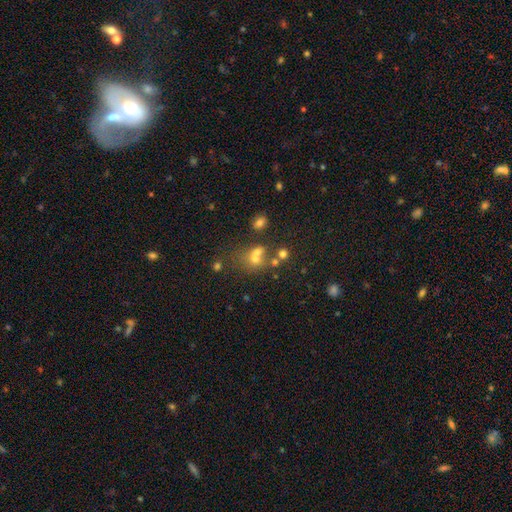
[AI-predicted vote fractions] Q: Smooth or featured?
A: smooth (52%); runner-up: star or artifact (29%)
Q: How rounded?
A: round (71%); runner-up: in between (28%)
Q: Merging?
A: none (43%); runner-up: merger (40%)